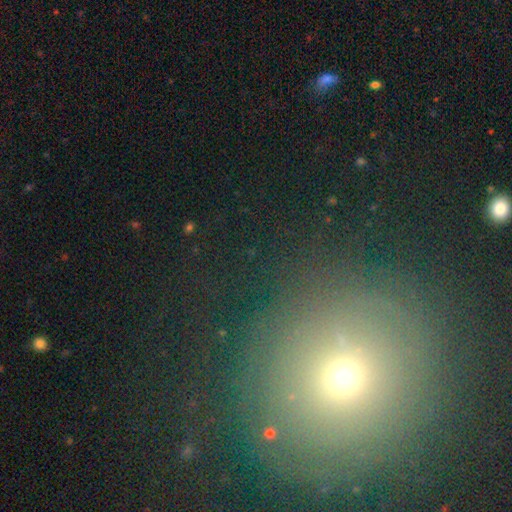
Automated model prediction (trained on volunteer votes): Smooth or featured?
  - smooth: 50% *
  - star or artifact: 33%
  - featured or disk: 17%
Merging?
  - none: 78% *
  - minor disturbance: 10%
  - major disturbance: 7%
  - merger: 4%